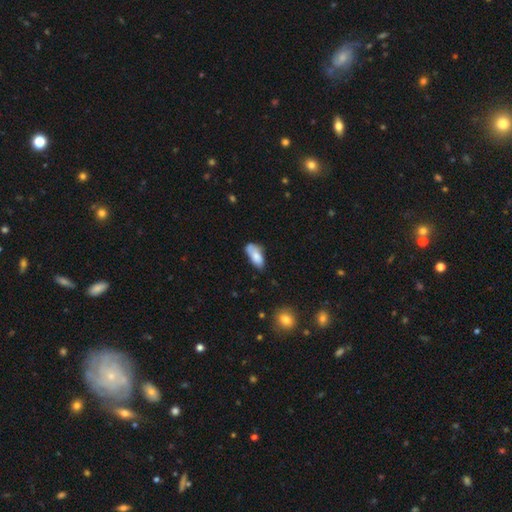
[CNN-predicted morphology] Smooth or featured: smooth — 76% (featured or disk — 16%)
How rounded: in between — 86% (cigar-shaped — 11%)
Merging: none — 50% (minor disturbance — 32%)